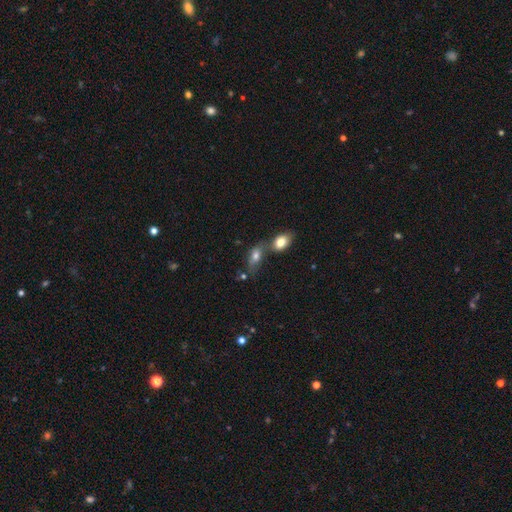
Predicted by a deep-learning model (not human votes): Smooth or featured? Predicted: smooth (p=0.75). How rounded? Predicted: in between (p=0.81). Merging? Predicted: merger (p=0.54).